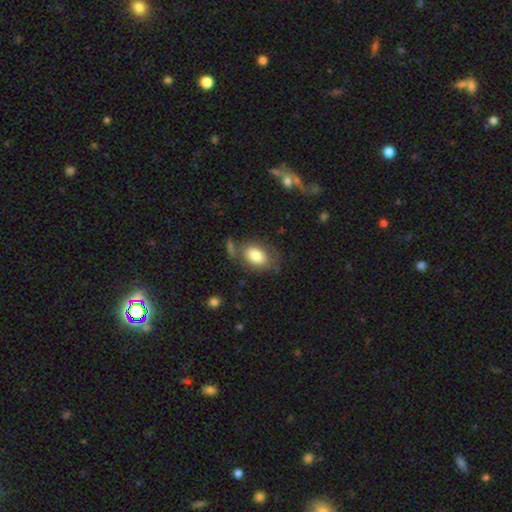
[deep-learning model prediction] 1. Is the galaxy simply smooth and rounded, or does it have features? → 78% smooth, 15% featured or disk, 7% star or artifact.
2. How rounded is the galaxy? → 82% in between, 17% round, 1% cigar-shaped.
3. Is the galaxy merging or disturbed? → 62% none, 19% minor disturbance, 10% merger, 9% major disturbance.